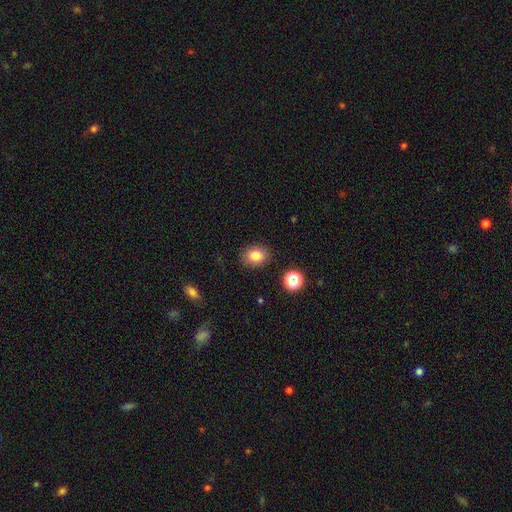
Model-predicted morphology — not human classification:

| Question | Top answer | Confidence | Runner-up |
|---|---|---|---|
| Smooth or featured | smooth | 81% | star or artifact (12%) |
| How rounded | round | 53% | in between (46%) |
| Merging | none | 87% | minor disturbance (9%) |